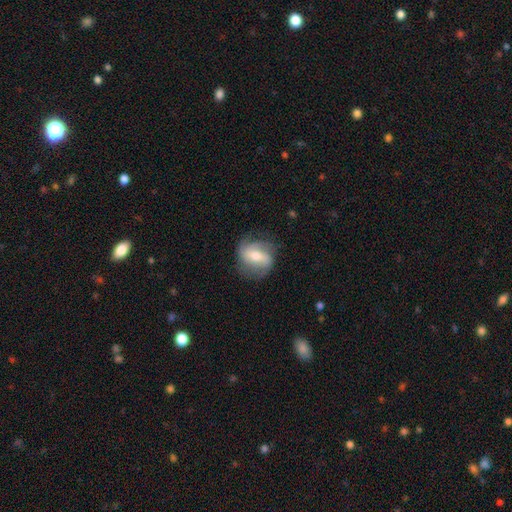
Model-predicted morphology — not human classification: type=featured or disk (62%); edge-on=no (95%); bar=weak (41%); spiral arms=yes (81%); bulge=moderate (58%); merging=none (67%).